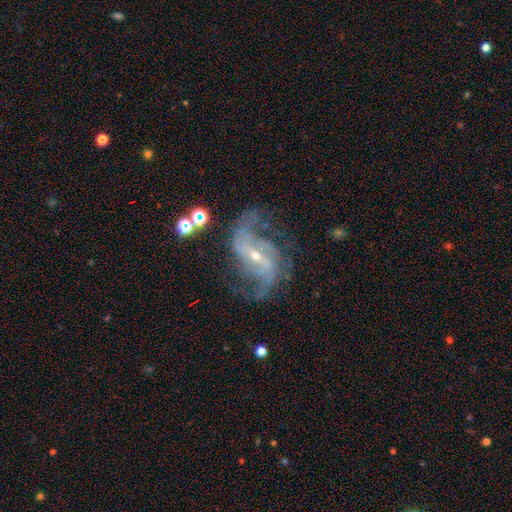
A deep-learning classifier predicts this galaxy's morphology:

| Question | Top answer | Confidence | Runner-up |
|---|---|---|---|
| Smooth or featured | featured or disk | 89% | star or artifact (7%) |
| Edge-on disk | no | 97% | yes (3%) |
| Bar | strong | 44% | weak (37%) |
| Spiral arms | yes | 97% | no (3%) |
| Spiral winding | loose | 48% | medium (40%) |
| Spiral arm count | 2 | 66% | 3 (13%) |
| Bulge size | small | 70% | moderate (26%) |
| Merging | none | 63% | minor disturbance (19%) |